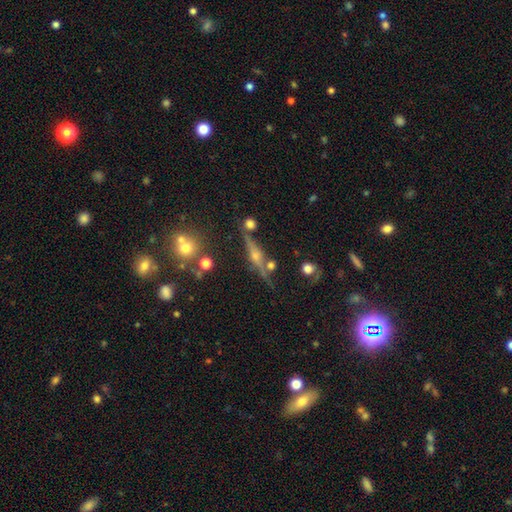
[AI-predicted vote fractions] Morphology: type=featured or disk (72%); edge-on=yes (93%); edge-on bulge=rounded (86%); merging=none (72%).